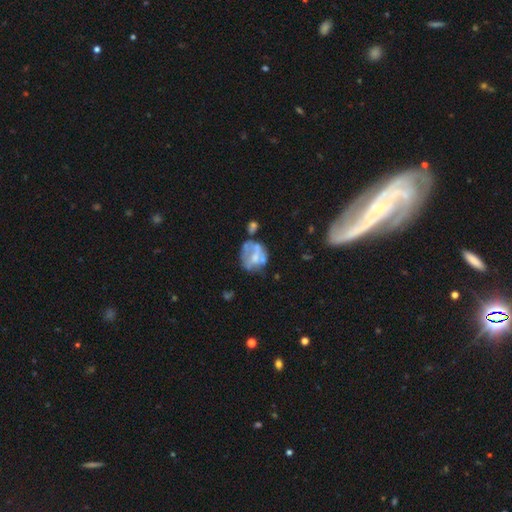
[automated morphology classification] This is possibly a featured or disk galaxy (52%). It is clearly not viewed edge-on (98%). Bar: likely no (74%). Spiral arm pattern: clearly no (83%). Central bulge: marginally none (37%). Merging: marginally none (36%).